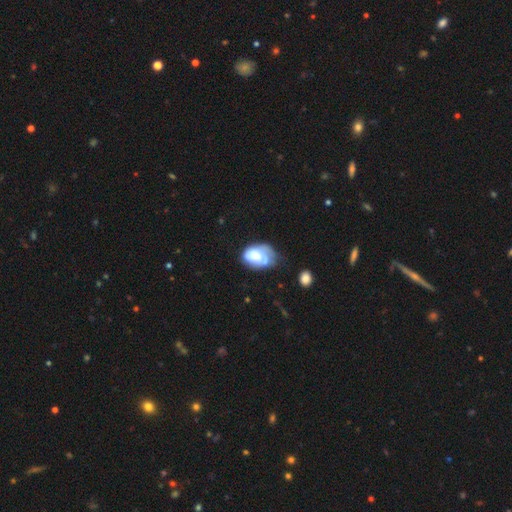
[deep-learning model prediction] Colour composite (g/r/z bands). It shows a smooth galaxy with no disk features (59%) that is in between round and cigar-shaped (81%). Merging: minor disturbance (36%).